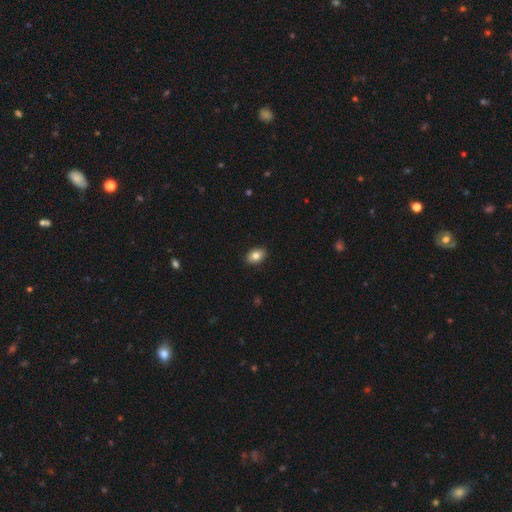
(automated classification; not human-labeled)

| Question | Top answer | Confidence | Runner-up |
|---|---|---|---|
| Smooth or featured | smooth | 83% | featured or disk (9%) |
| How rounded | in between | 83% | round (16%) |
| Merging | none | 90% | minor disturbance (8%) |